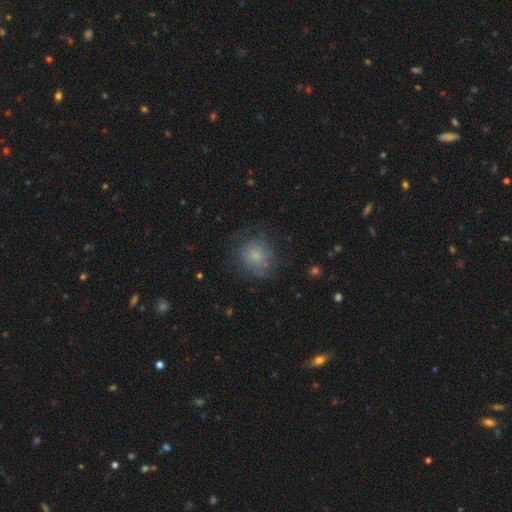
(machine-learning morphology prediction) smooth-or-featured: smooth: 68% | featured or disk: 21% | star or artifact: 11%
  how-rounded: round: 80% | in between: 19% | cigar-shaped: 1%
  merging: none: 65% | minor disturbance: 22% | major disturbance: 12% | merger: 1%